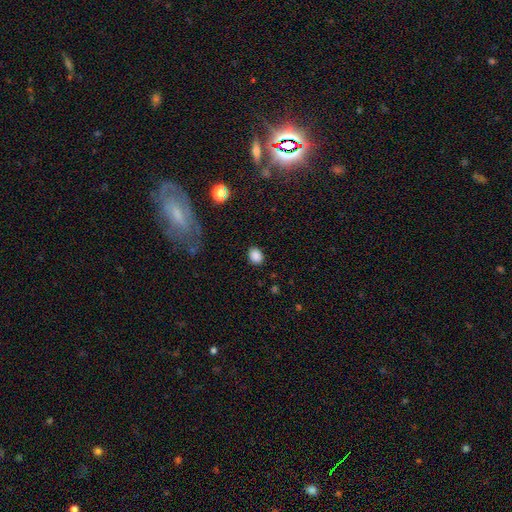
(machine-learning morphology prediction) smooth 87%, star or artifact 10%, featured or disk 4%. Down the decision tree: how rounded — in between (55%); merging — none (87%).